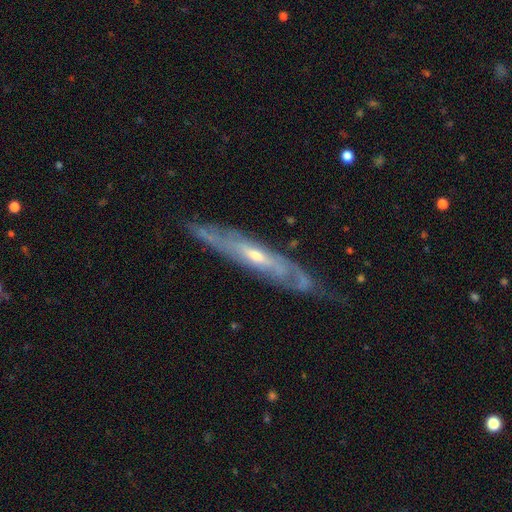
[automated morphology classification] This appears to be a featured or disk galaxy (81%) viewed edge-on (56%). Merging: none (72%).